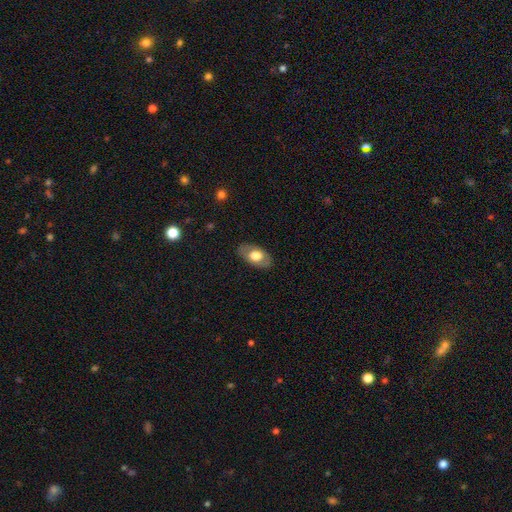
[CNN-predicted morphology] This is likely a smooth galaxy (62%). How rounded: clearly in between (92%). Merging: clearly none (83%).